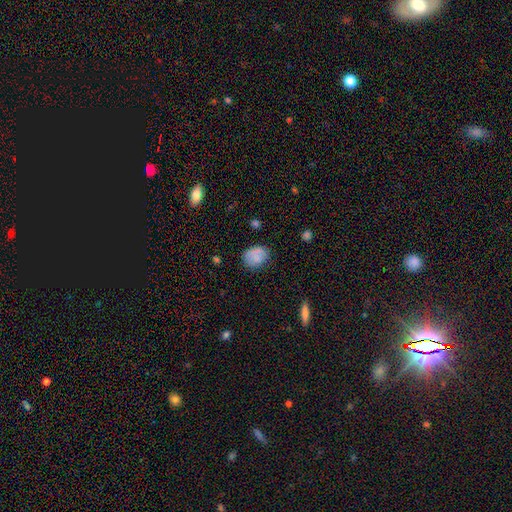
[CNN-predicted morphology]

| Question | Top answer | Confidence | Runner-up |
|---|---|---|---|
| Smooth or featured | smooth | 81% | featured or disk (10%) |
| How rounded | in between | 61% | round (38%) |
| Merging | none | 71% | minor disturbance (21%) |